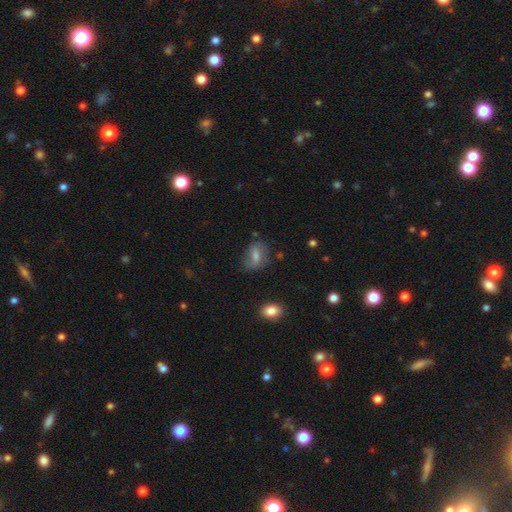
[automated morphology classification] Smooth or featured?
  - smooth: 59% *
  - featured or disk: 31%
  - star or artifact: 10%
How rounded?
  - in between: 77% *
  - round: 18%
  - cigar-shaped: 5%
Merging?
  - none: 60% *
  - minor disturbance: 25%
  - major disturbance: 12%
  - merger: 3%